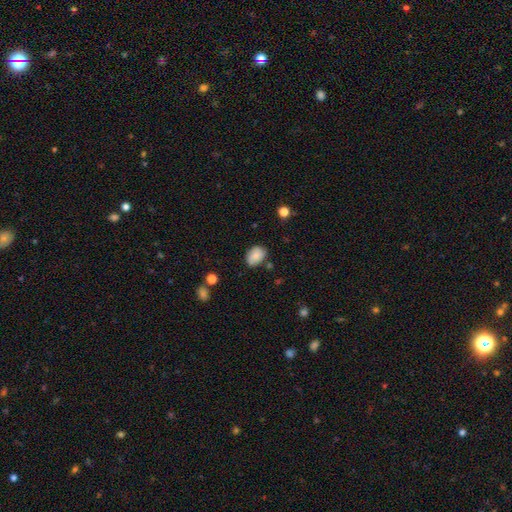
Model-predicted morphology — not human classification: smooth_or_featured: smooth (p=0.80) [alt: featured or disk p=0.11]
how_rounded: in between (p=0.78) [alt: round p=0.21]
merging: none (p=0.71) [alt: minor disturbance p=0.21]